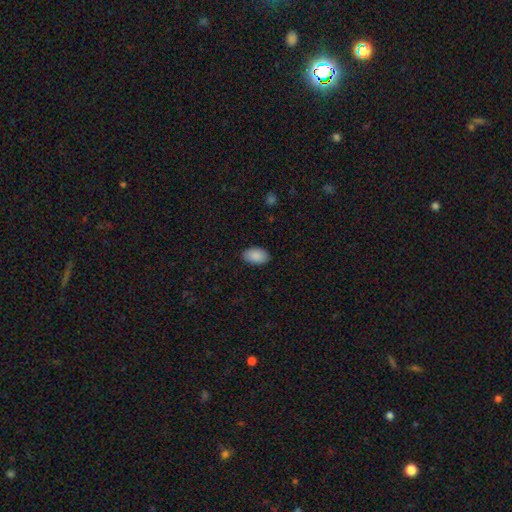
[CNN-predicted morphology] The model was most divided on "merging": none: 87%, minor disturbance: 10%, major disturbance: 2%, merger: 1%. More confident: how rounded — in between (94%); smooth or featured — smooth (90%).